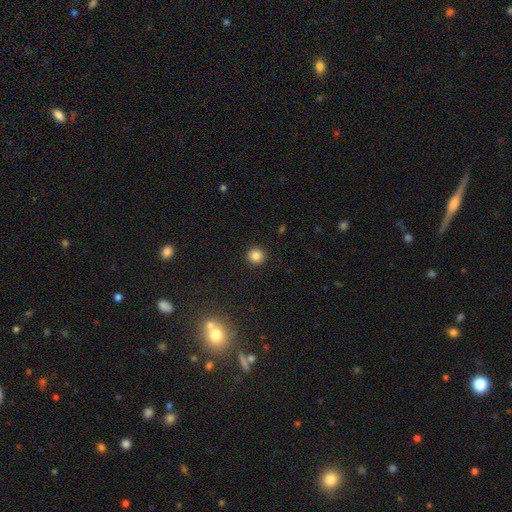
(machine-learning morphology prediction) This is clearly a smooth galaxy (85%). How rounded: clearly round (92%). Merging: clearly none (92%).